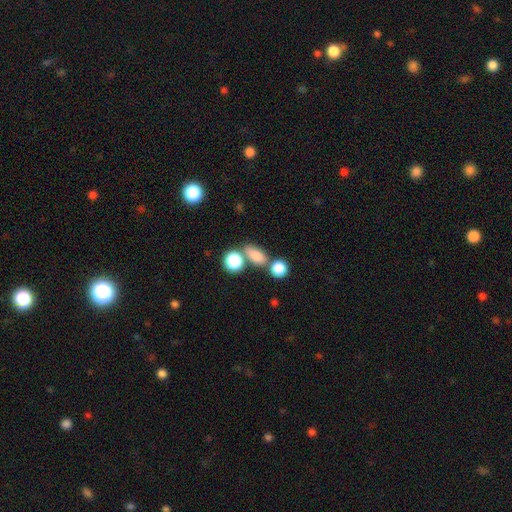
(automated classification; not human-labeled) smooth 81%, star or artifact 11%, featured or disk 8%. Down the decision tree: how rounded — in between (67%); merging — none (51%).